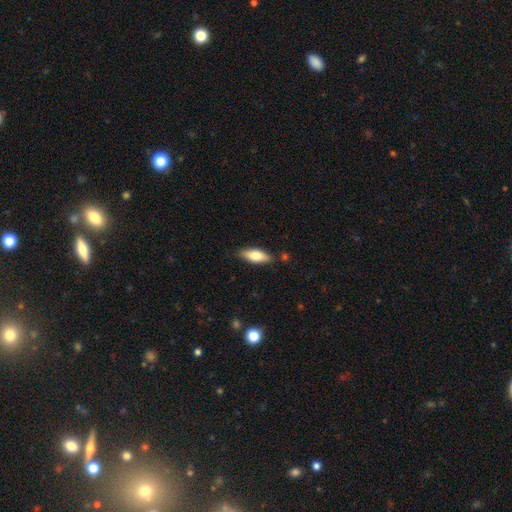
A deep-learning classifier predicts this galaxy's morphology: Smooth or featured? smooth (72%)
How rounded? in between (72%)
Merging? none (84%)